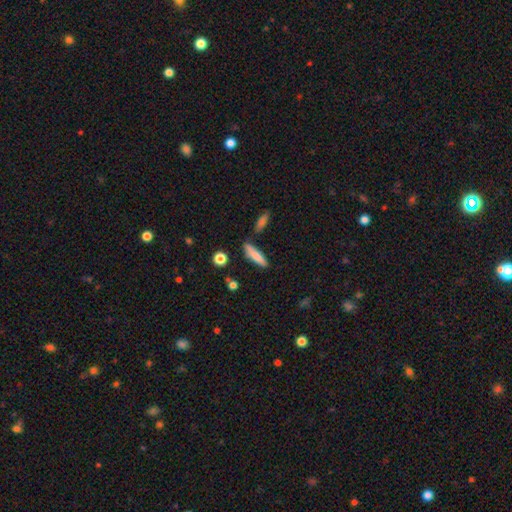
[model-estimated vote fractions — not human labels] The model was most divided on "how rounded": cigar-shaped: 73%, in between: 25%, round: 2%. More confident: smooth or featured — smooth (79%); merging — none (75%).